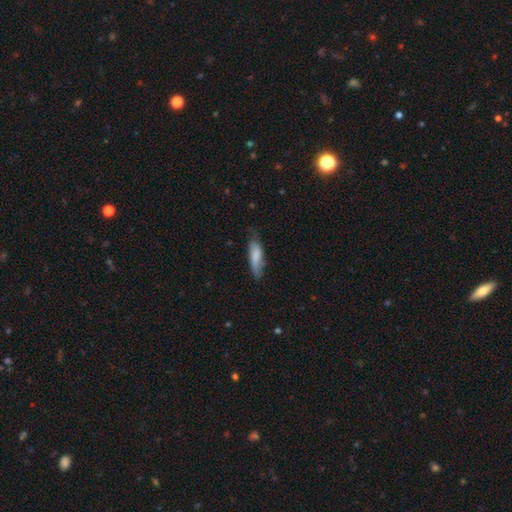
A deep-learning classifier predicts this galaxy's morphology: type=smooth (78%); roundness=cigar-shaped (50%); merging=none (57%).